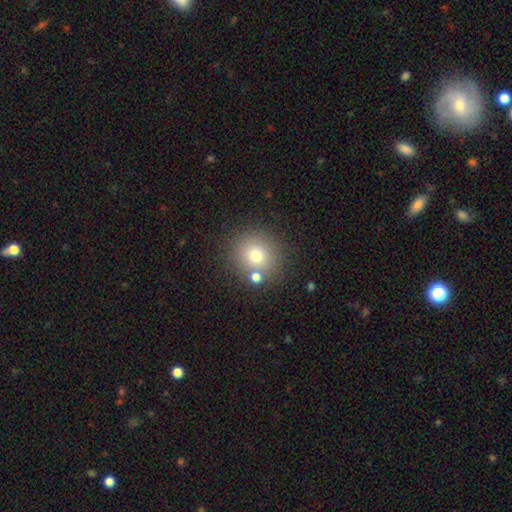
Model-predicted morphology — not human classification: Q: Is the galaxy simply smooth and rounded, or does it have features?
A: smooth — 73%.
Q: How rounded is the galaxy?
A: round — 90%.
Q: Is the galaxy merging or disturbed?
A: none — 77%.